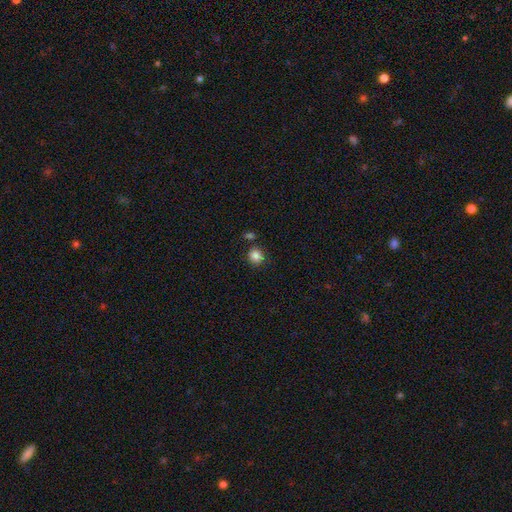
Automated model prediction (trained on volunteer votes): Smooth or featured: smooth — 86% (star or artifact — 10%)
How rounded: round — 84% (in between — 15%)
Merging: none — 78% (minor disturbance — 11%)